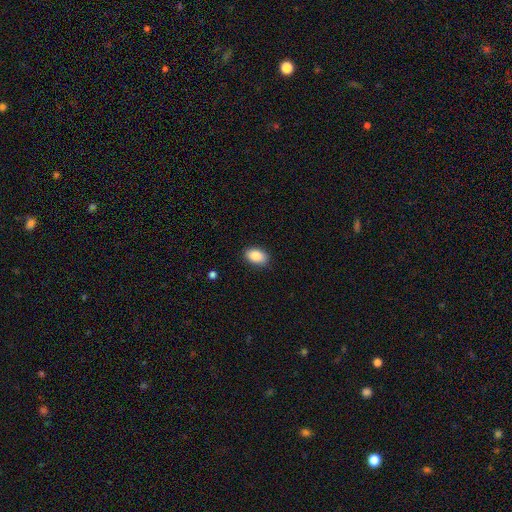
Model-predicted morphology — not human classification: Smooth or featured? smooth (88%)
How rounded? in between (89%)
Merging? none (88%)